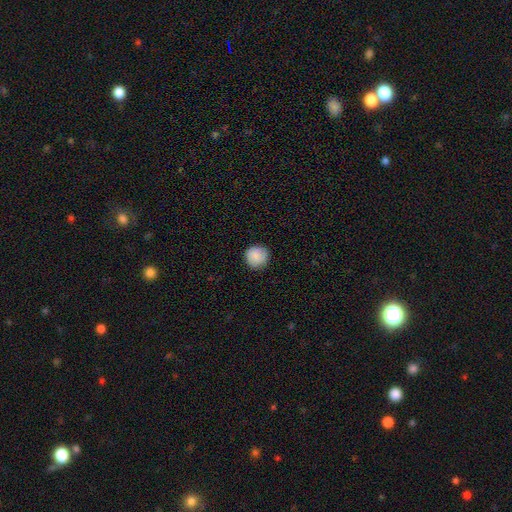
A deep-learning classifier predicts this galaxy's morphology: Smooth or featured? Predicted: smooth (p=0.88). How rounded? Predicted: round (p=0.94). Merging? Predicted: none (p=0.88).